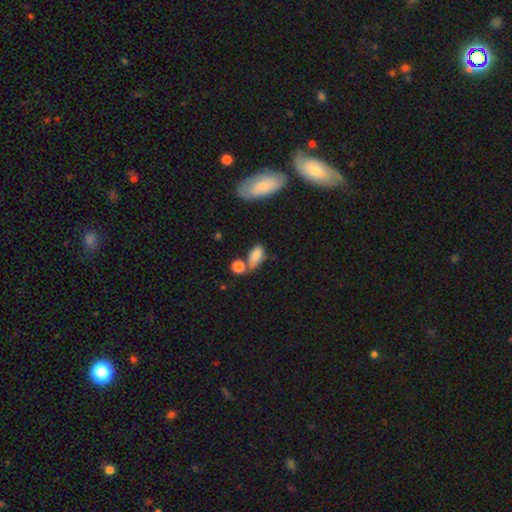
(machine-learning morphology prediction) A smooth galaxy with no disk features (81%) that is in between round and cigar-shaped (86%). Merging: none (44%).